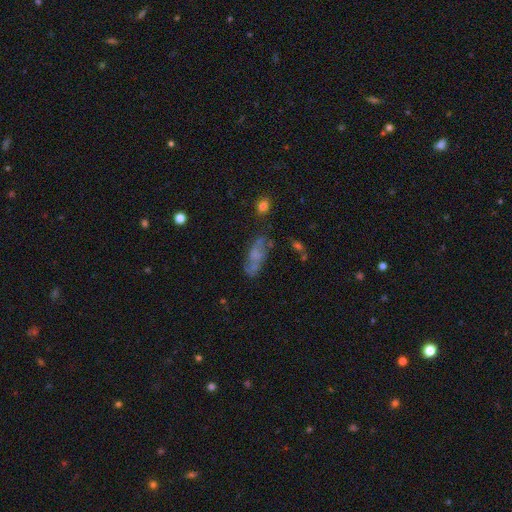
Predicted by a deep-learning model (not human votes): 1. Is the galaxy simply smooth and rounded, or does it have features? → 42% featured or disk (tied), 42% smooth (tied), 16% star or artifact.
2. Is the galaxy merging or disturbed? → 50% none, 22% minor disturbance, 17% major disturbance, 11% merger.